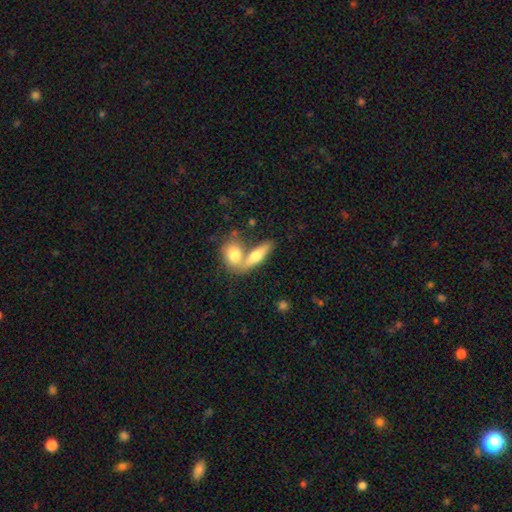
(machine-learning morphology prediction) Smooth or featured? Predicted: smooth (p=0.63). How rounded? Predicted: in between (p=0.49). Merging? Predicted: merger (p=0.50).